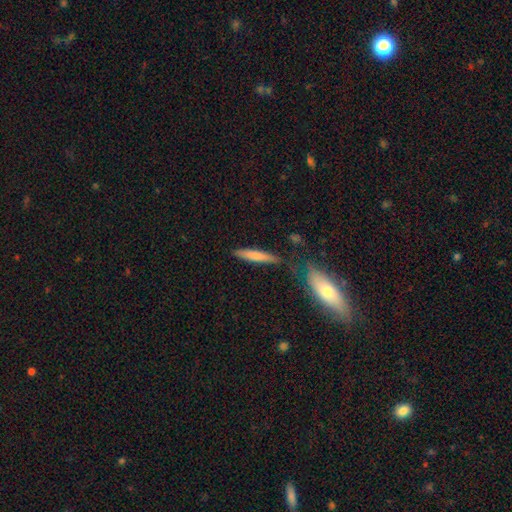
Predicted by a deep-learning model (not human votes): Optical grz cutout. It shows a smooth galaxy with no disk features (72%) that is cigar-shaped (90%). Merging: none (77%).